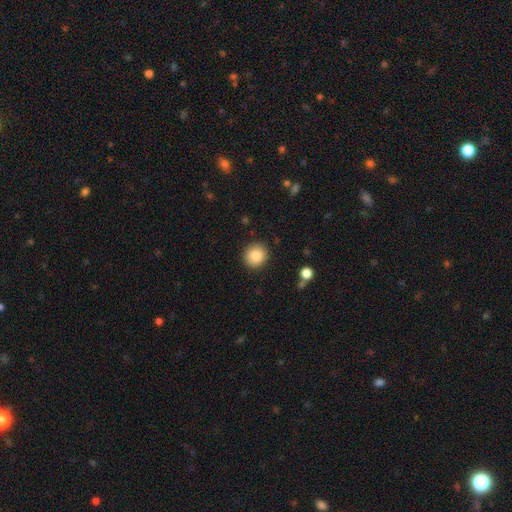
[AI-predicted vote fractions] The model was most divided on "how rounded": round: 86%, in between: 13%, cigar-shaped: 1%. More confident: merging — none (89%); smooth or featured — smooth (88%).